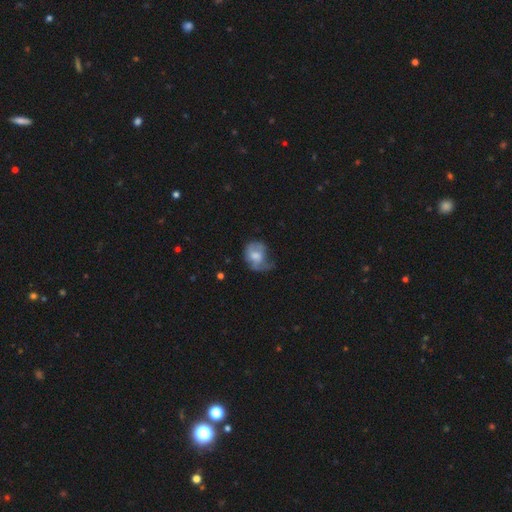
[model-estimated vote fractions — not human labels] smooth 55%, featured or disk 37%, star or artifact 8%. Down the decision tree: how rounded — in between (51%); merging — major disturbance (37%).